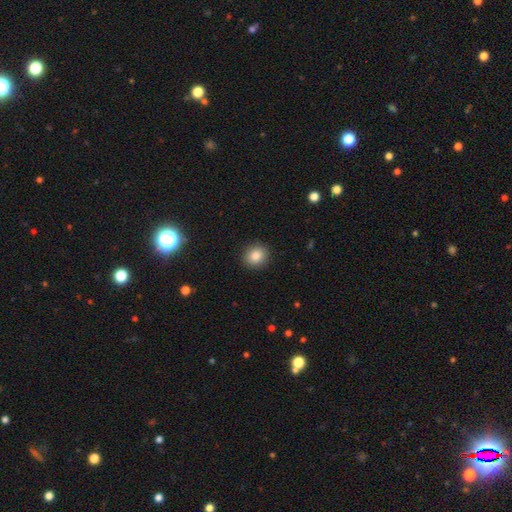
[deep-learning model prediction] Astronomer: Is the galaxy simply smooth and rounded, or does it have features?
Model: smooth — 85%.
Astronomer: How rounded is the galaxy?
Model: round — 82%.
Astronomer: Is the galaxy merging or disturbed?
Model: none — 91%.